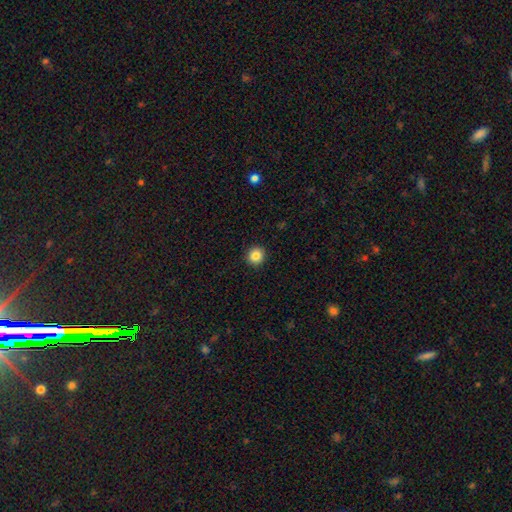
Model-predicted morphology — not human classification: The model was most divided on "smooth or featured": smooth: 84%, star or artifact: 10%, featured or disk: 5%. More confident: merging — none (93%); how rounded — round (93%).